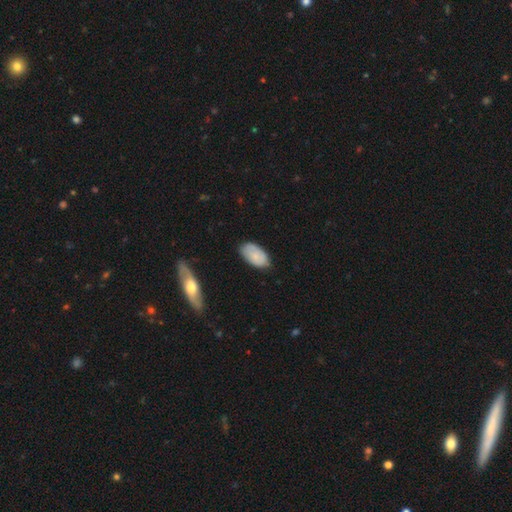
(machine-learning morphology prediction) smooth 75%, featured or disk 19%, star or artifact 6%. Down the decision tree: how rounded — in between (94%); merging — none (78%).